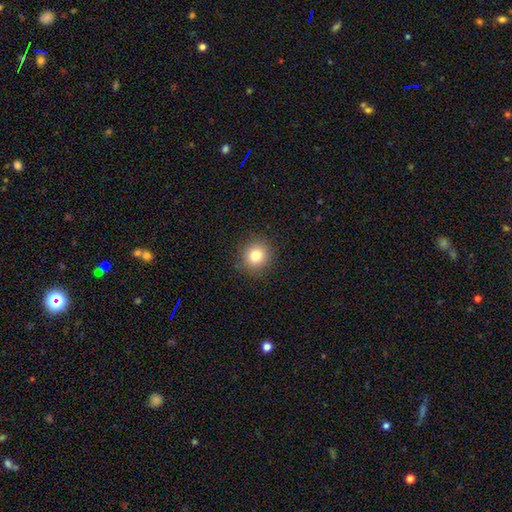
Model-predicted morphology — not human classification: Q: Smooth or featured?
A: smooth (82%); runner-up: star or artifact (11%)
Q: How rounded?
A: round (91%); runner-up: in between (8%)
Q: Merging?
A: none (89%); runner-up: minor disturbance (7%)